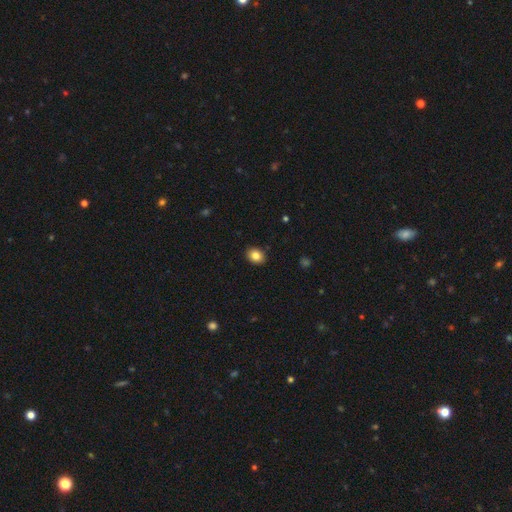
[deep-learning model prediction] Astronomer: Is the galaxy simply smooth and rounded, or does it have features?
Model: smooth — 84%.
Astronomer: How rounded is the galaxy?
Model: in between — 52% (runner-up: round, 47%).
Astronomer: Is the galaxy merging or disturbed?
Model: none — 90%.